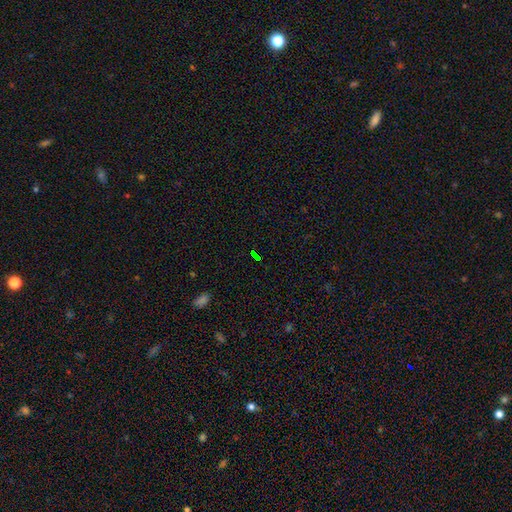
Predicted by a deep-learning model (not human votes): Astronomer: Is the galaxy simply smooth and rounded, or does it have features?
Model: star or artifact — 70%.